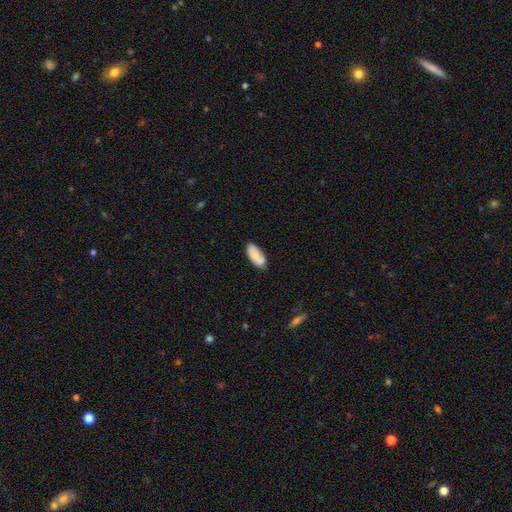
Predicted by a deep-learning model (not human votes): The model was most divided on "merging": none: 66%, minor disturbance: 20%, merger: 10%, major disturbance: 4%. More confident: how rounded — in between (85%); smooth or featured — smooth (77%).